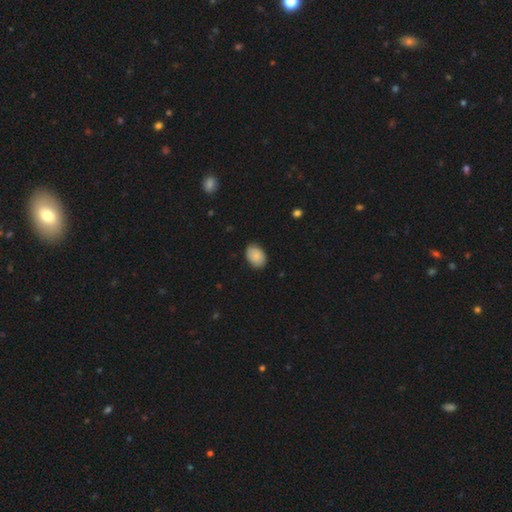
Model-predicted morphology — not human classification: The model was most divided on "how rounded": in between: 82%, round: 17%, cigar-shaped: 1%. More confident: smooth or featured — smooth (86%); merging — none (84%).